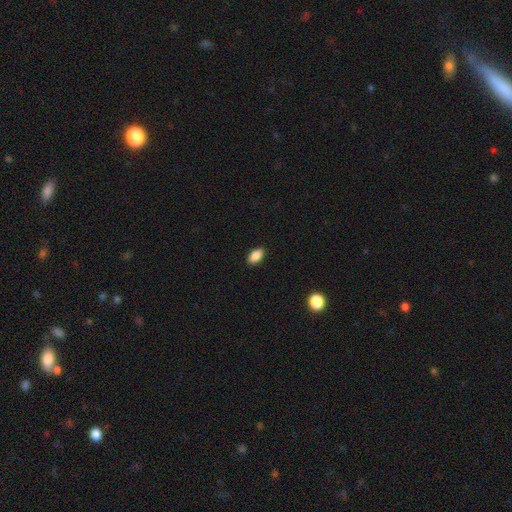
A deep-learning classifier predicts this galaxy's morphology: smooth_or_featured: smooth (p=0.87) [alt: star or artifact p=0.08]
how_rounded: in between (p=0.91) [alt: round p=0.06]
merging: none (p=0.89) [alt: minor disturbance p=0.08]